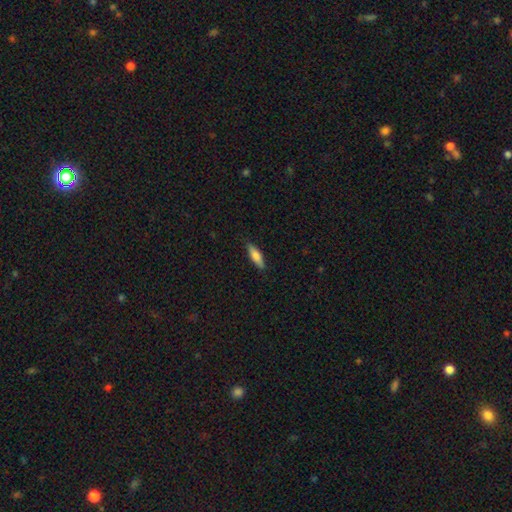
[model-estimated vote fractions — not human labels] This appears to be a smooth galaxy with no disk features (78%) that is cigar-shaped (55%). Merging: none (87%).